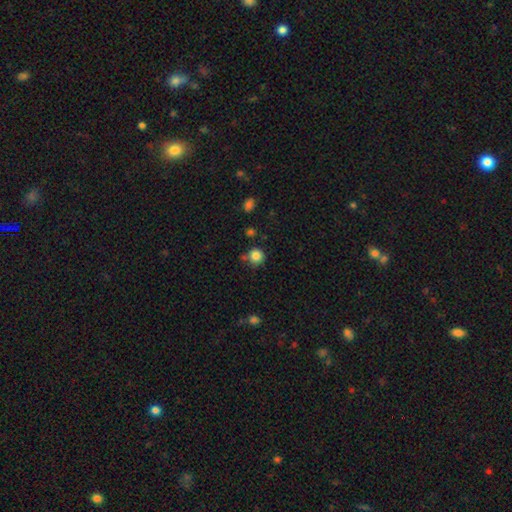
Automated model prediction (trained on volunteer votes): A smooth galaxy with no disk features (84%) that is round (91%). Merging: none (75%).